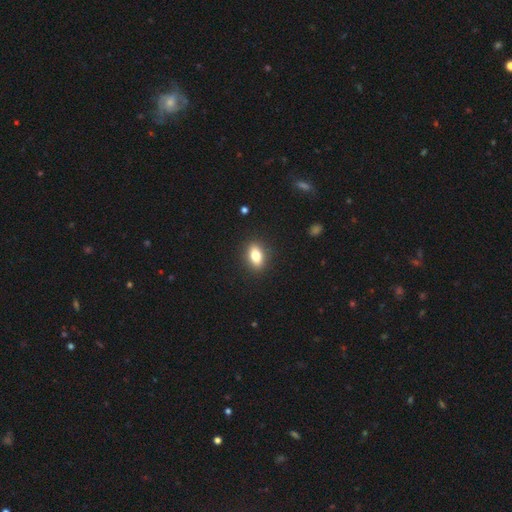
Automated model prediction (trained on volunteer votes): Smooth or featured? smooth (76%)
How rounded? in between (79%)
Merging? none (89%)